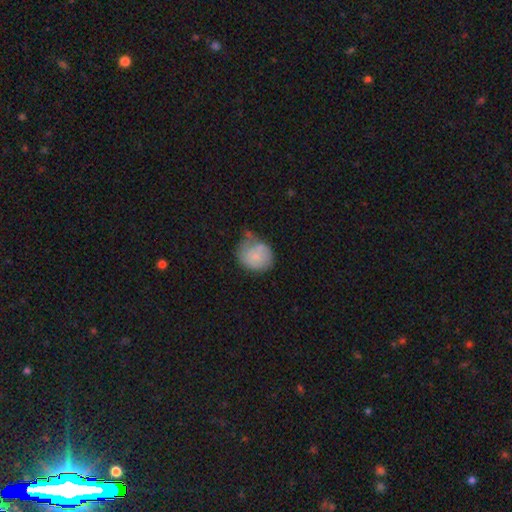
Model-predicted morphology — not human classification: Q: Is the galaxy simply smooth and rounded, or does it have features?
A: smooth — 74%.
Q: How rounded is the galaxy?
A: round — 73%.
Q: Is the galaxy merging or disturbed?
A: minor disturbance — 38%.